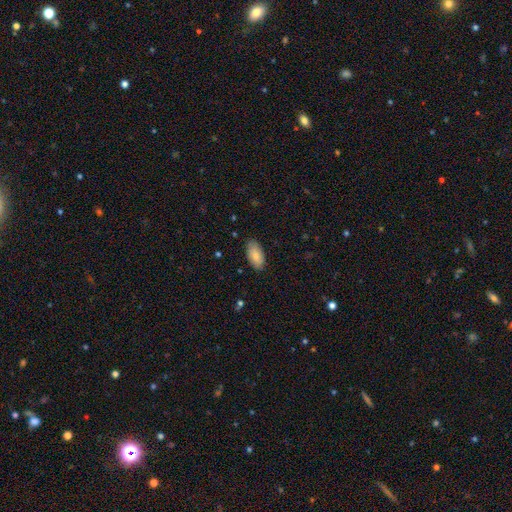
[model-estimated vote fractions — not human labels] smooth_or_featured: smooth (p=0.81) [alt: featured or disk p=0.13]
how_rounded: in between (p=0.94) [alt: cigar-shaped p=0.03]
merging: none (p=0.83) [alt: minor disturbance p=0.13]